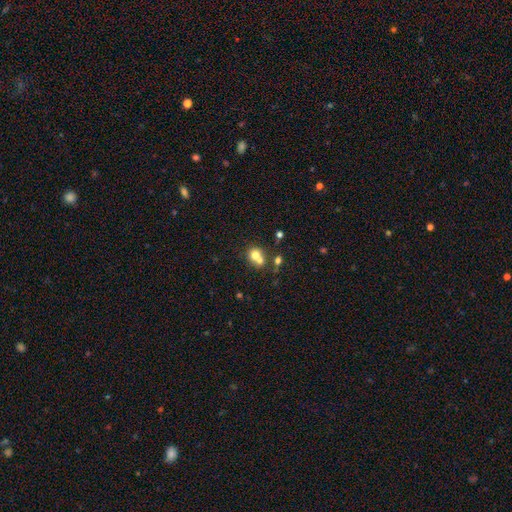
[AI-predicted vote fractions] Smooth or featured: smooth — 70% (featured or disk — 17%)
How rounded: round — 75% (in between — 24%)
Merging: merger — 56% (none — 33%)